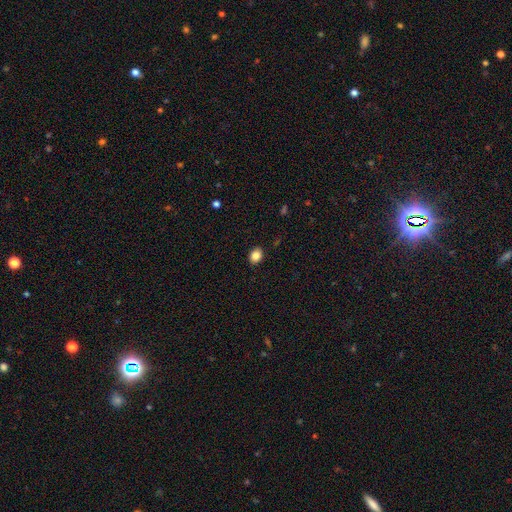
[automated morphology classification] This is clearly a smooth galaxy (86%). How rounded: likely in between (61%). Merging: clearly none (89%).